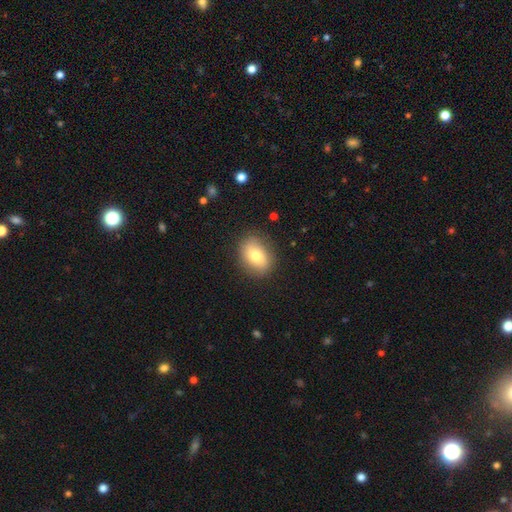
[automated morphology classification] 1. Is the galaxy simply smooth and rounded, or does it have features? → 75% smooth, 17% featured or disk, 8% star or artifact.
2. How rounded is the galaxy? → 72% in between, 26% round, 2% cigar-shaped.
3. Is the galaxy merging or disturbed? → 85% none, 11% minor disturbance, 3% major disturbance, 1% merger.